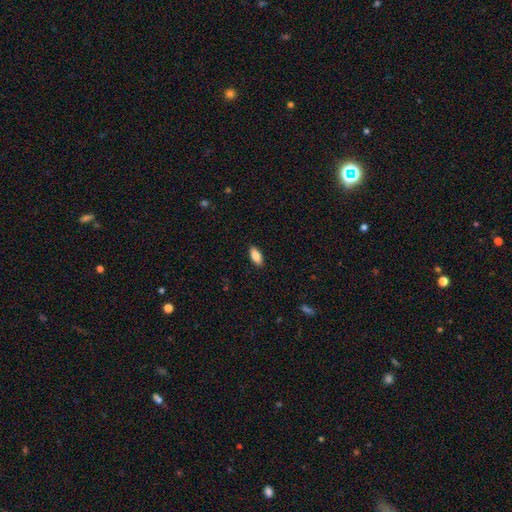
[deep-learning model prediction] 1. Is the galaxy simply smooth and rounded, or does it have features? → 84% smooth, 10% featured or disk, 6% star or artifact.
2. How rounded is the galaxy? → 86% in between, 12% cigar-shaped, 2% round.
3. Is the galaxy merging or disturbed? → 90% none, 8% minor disturbance, 2% major disturbance, 1% merger.